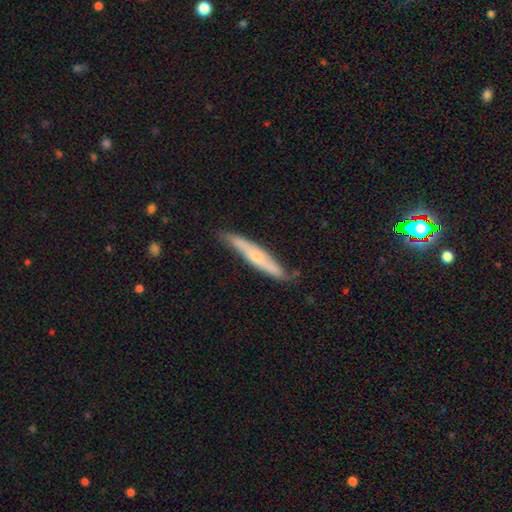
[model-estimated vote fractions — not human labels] This is possibly a featured or disk galaxy (48%). Merging: likely none (72%).